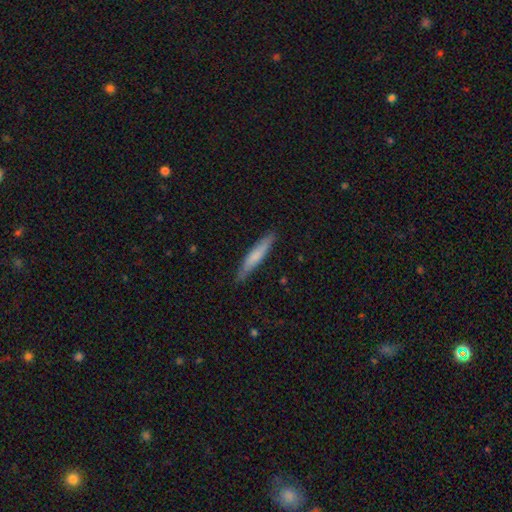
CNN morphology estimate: smooth_or_featured: smooth (p=0.68) [alt: featured or disk p=0.26]
how_rounded: cigar-shaped (p=0.92) [alt: in between p=0.07]
merging: none (p=0.85) [alt: minor disturbance p=0.12]